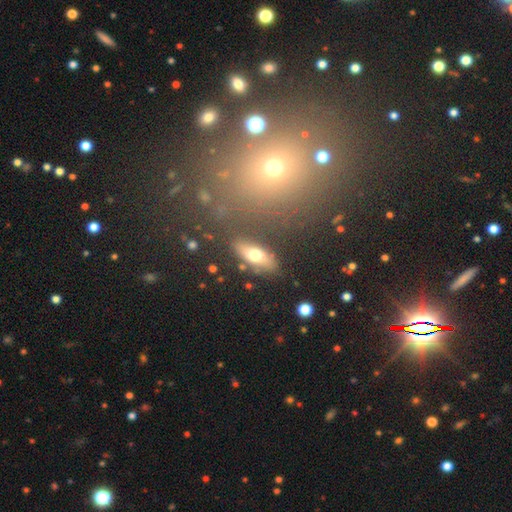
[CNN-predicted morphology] smooth 59%, featured or disk 31%, star or artifact 10%. Down the decision tree: how rounded — in between (73%); merging — none (79%).